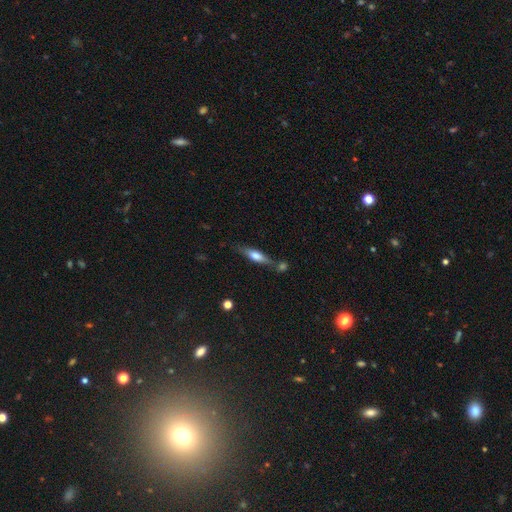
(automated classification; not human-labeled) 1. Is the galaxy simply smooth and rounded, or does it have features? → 55% smooth, 38% featured or disk, 7% star or artifact.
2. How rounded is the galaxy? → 66% cigar-shaped, 32% in between, 2% round.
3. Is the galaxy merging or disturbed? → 64% none, 17% minor disturbance, 14% merger, 5% major disturbance.